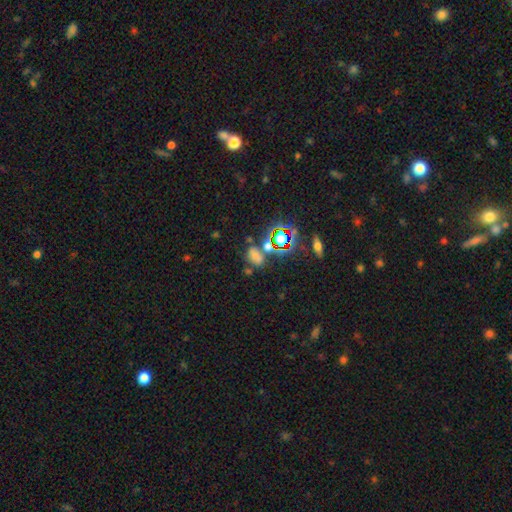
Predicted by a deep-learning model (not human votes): smooth 54%, star or artifact 36%, featured or disk 11%. Down the decision tree: how rounded — in between (71%); merging — none (51%).